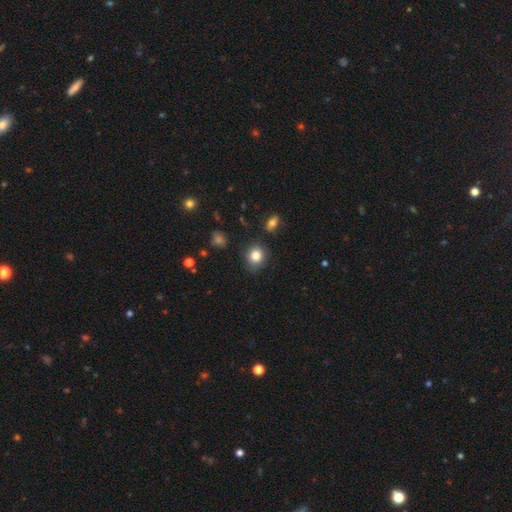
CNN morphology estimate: The model was most divided on "how rounded": round: 73%, in between: 26%, cigar-shaped: 1%. More confident: smooth or featured — smooth (84%); merging — none (78%).